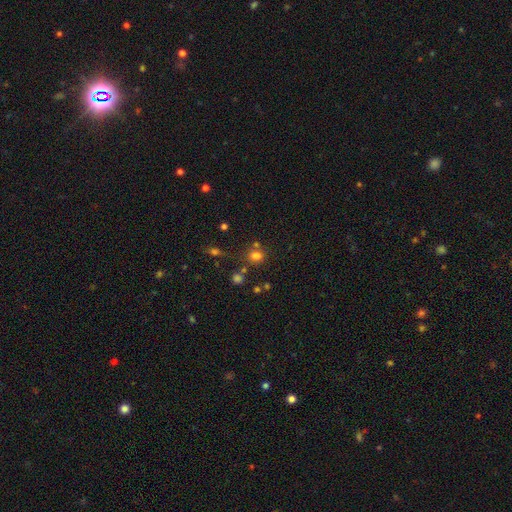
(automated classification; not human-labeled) A smooth galaxy with no disk features (69%) that is round (64%). Merging: none (59%).